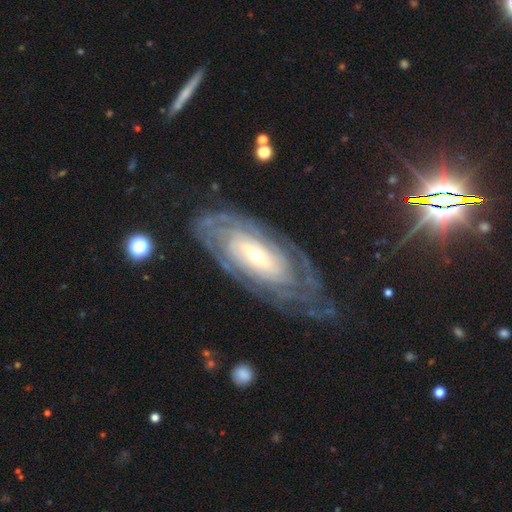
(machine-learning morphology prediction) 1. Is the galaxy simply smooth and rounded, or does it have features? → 86% featured or disk, 9% smooth, 6% star or artifact.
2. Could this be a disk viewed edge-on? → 92% no, 8% yes.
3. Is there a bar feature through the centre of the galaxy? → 65% no, 23% weak, 12% strong.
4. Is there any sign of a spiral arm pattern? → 92% yes, 8% no.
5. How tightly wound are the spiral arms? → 80% tight, 15% medium, 4% loose.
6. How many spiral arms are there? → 51% can't tell, 13% 2, 11% 4, 10% more than 4, 10% 3, 6% 1.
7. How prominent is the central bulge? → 57% small, 37% moderate, 4% large, 1% dominant, 1% none.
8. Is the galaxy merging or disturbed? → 72% none, 17% minor disturbance, 9% major disturbance, 2% merger.